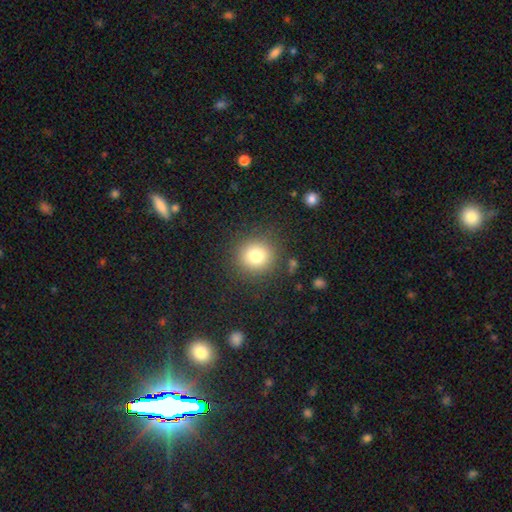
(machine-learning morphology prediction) smooth 78%, star or artifact 13%, featured or disk 9%. Down the decision tree: how rounded — round (91%); merging — none (87%).